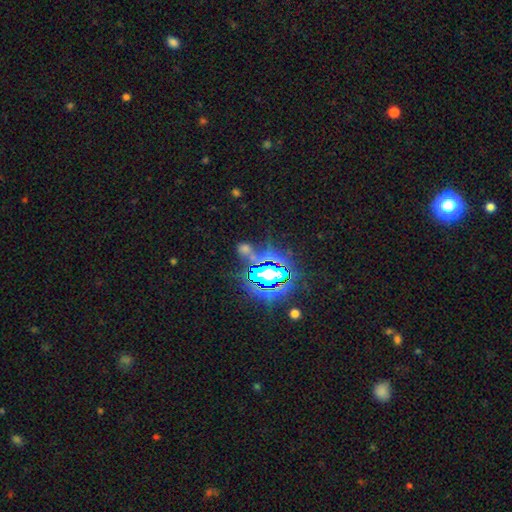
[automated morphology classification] A star or artifact, not a galaxy (83%).

Vote fractions:
- Smooth or featured? star or artifact: 83% / smooth: 10% / featured or disk: 7%